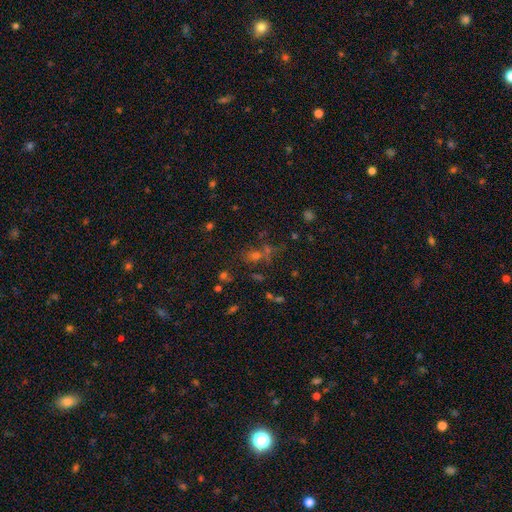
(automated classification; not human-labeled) Smooth or featured? Predicted: star or artifact (p=0.47).